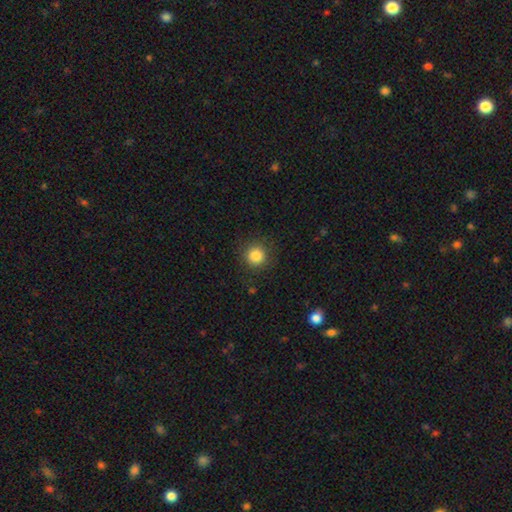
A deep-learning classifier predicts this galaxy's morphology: Smooth or featured? smooth (85%)
How rounded? round (94%)
Merging? none (89%)